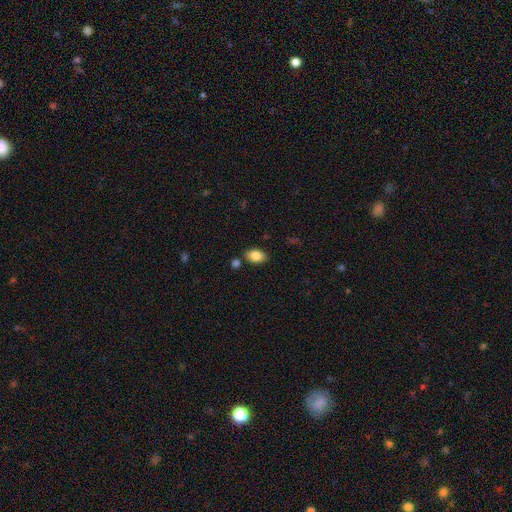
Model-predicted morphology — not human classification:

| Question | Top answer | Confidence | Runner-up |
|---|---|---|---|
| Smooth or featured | smooth | 84% | featured or disk (8%) |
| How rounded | in between | 89% | round (9%) |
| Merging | none | 82% | minor disturbance (10%) |